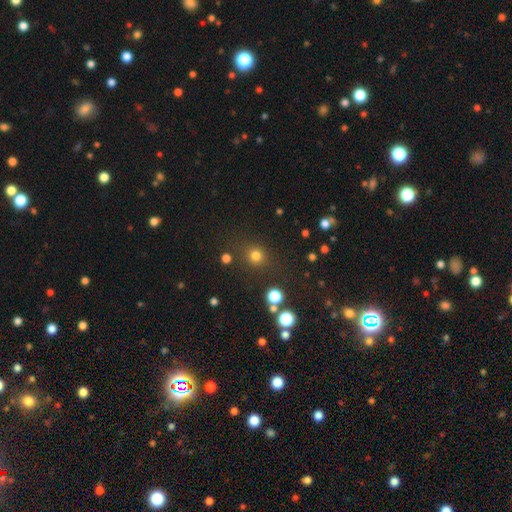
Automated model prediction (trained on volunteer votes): Smooth or featured?
  - smooth: 78% *
  - star or artifact: 17%
  - featured or disk: 5%
How rounded?
  - round: 91% *
  - in between: 8%
  - cigar-shaped: 1%
Merging?
  - none: 84% *
  - minor disturbance: 8%
  - major disturbance: 4%
  - merger: 4%